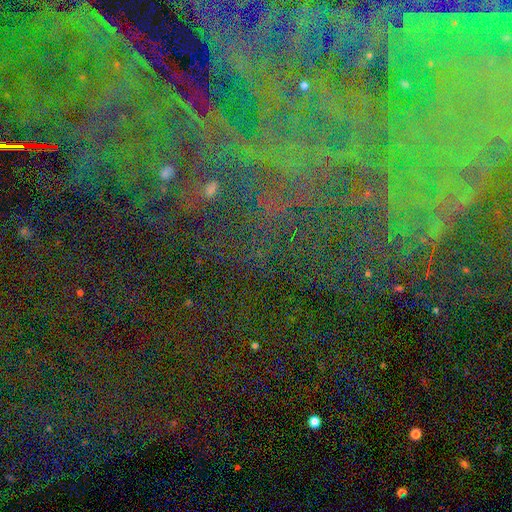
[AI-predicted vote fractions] Q: Smooth or featured?
A: star or artifact (73%); runner-up: featured or disk (17%)